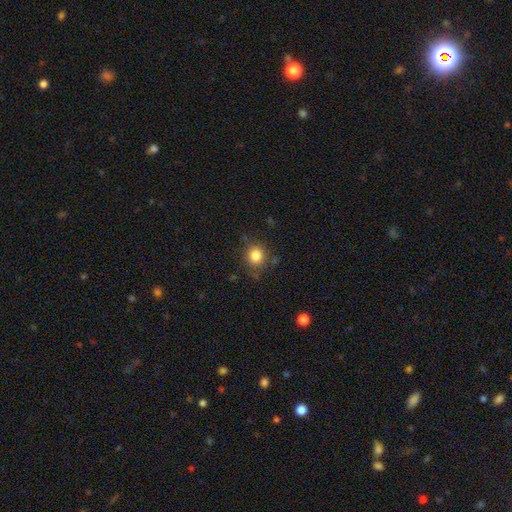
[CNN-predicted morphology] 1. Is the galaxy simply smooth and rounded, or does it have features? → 83% smooth, 11% star or artifact, 6% featured or disk.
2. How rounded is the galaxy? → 84% round, 15% in between, 1% cigar-shaped.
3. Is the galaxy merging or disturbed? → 83% none, 11% minor disturbance, 3% major disturbance, 3% merger.